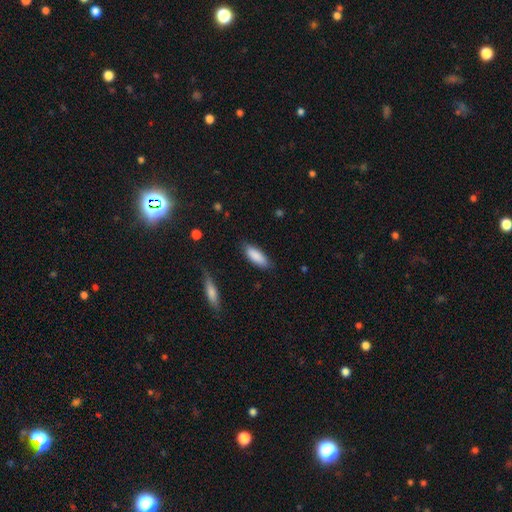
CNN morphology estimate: type=smooth (88%); roundness=in between (66%); merging=none (82%).